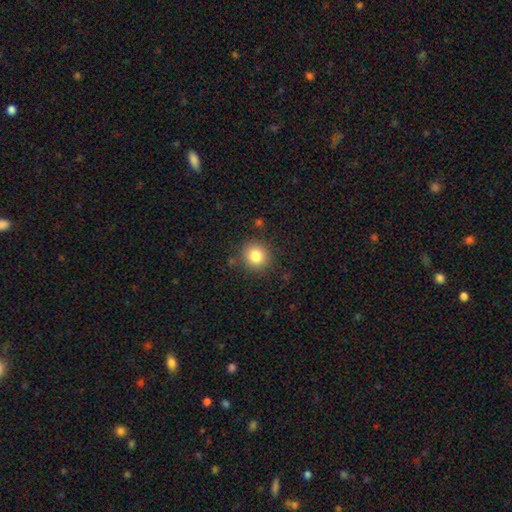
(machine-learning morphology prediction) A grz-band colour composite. It shows a smooth galaxy with no disk features (82%) that is round (89%). Merging: none (86%).